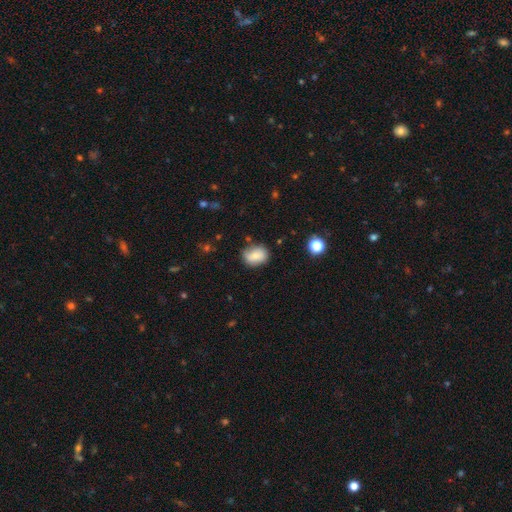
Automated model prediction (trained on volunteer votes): Overall: smooth (73%). How rounded: in between (59%; round 40%). Merging: none (66%).